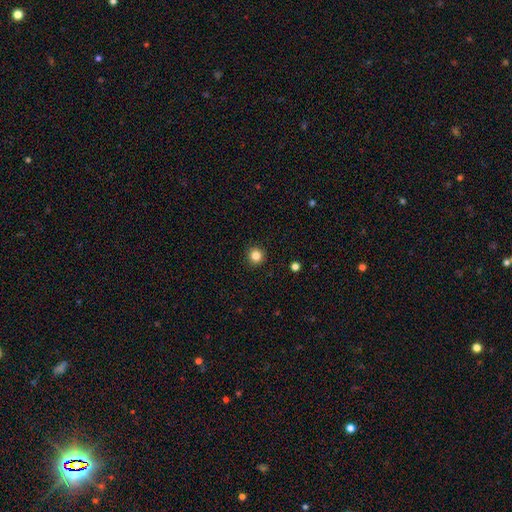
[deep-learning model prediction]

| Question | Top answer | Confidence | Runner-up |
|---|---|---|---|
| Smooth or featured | smooth | 84% | star or artifact (12%) |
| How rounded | round | 94% | in between (5%) |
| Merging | none | 92% | minor disturbance (5%) |